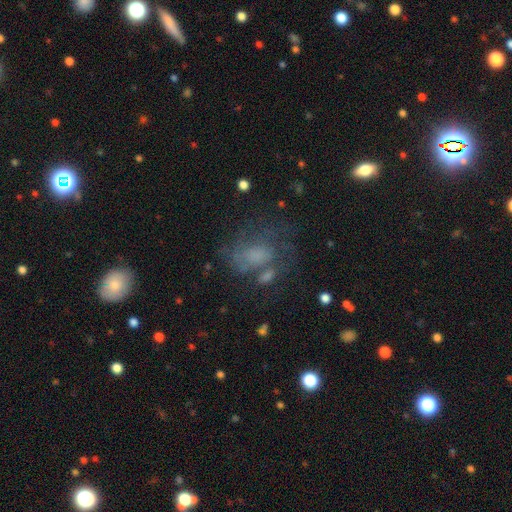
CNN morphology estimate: This is marginally a smooth galaxy (42%). Merging: marginally none (44%).